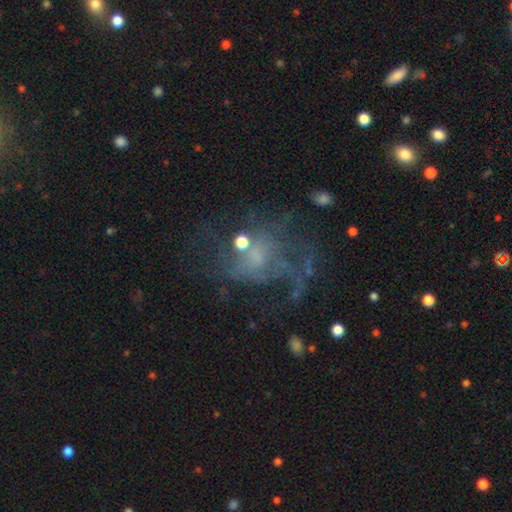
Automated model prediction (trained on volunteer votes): smooth-or-featured: featured or disk: 59% | smooth: 22% | star or artifact: 19%
  disk-edge-on: no: 97% | yes: 3%
    bar: no: 74% | weak: 22% | strong: 4%
    has-spiral-arms: no: 52% | yes: 48%
    bulge-size: small: 39% | none: 29% | moderate: 27% | large: 3% | dominant: 1%
  merging: major disturbance: 41% | none: 37% | minor disturbance: 15% | merger: 6%